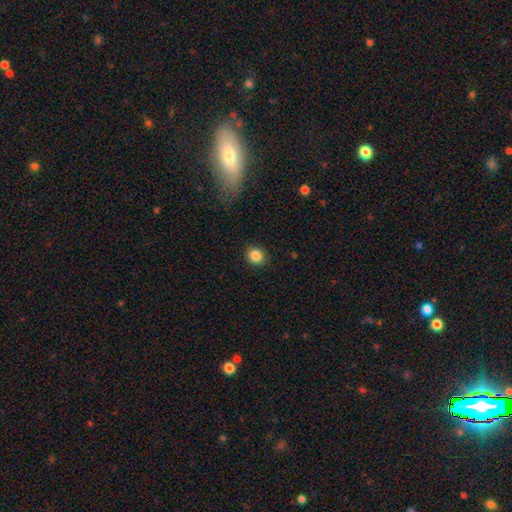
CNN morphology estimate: Smooth or featured? smooth (86%)
How rounded? round (83%)
Merging? none (90%)